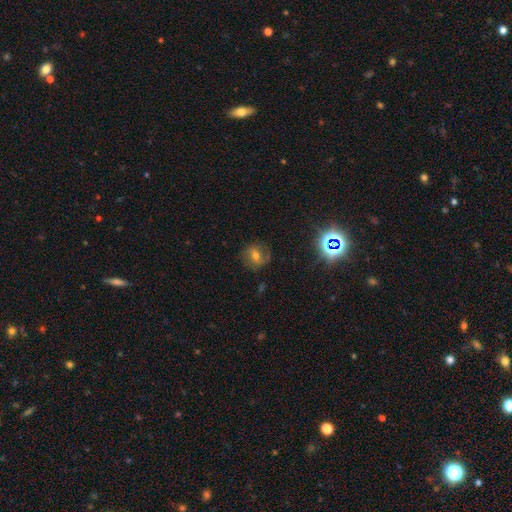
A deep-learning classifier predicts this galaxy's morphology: Overall: featured or disk (43%; smooth 36%). Merging: none (75%).